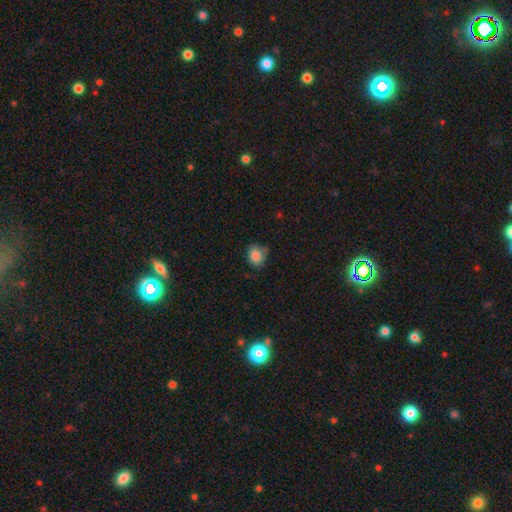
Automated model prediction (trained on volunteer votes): smooth-or-featured: smooth: 84% | star or artifact: 9% | featured or disk: 7%
  how-rounded: in between: 50% | round: 49% | cigar-shaped: 1%
  merging: none: 63% | minor disturbance: 28% | major disturbance: 6% | merger: 4%